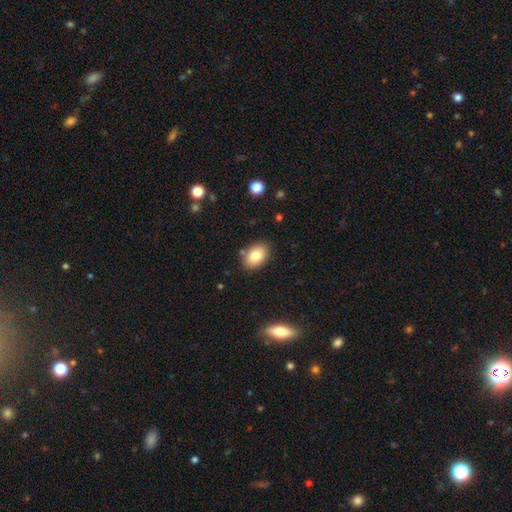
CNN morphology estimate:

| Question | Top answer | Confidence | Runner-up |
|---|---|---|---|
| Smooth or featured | smooth | 82% | featured or disk (10%) |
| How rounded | in between | 85% | round (13%) |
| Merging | none | 84% | minor disturbance (11%) |